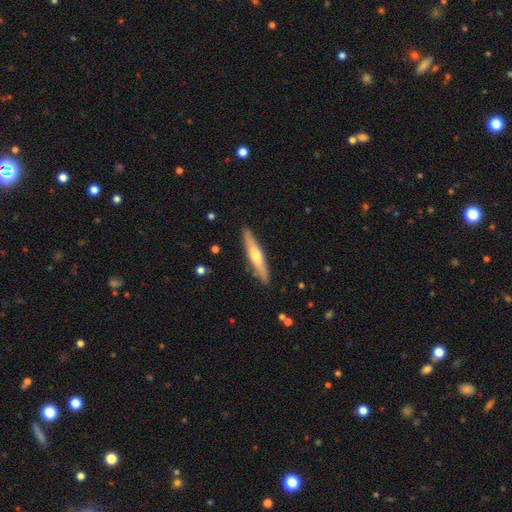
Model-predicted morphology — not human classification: The model was most divided on "smooth or featured": featured or disk: 51%, smooth: 44%, star or artifact: 5%. More confident: edge-on disk — yes (91%); merging — none (90%).